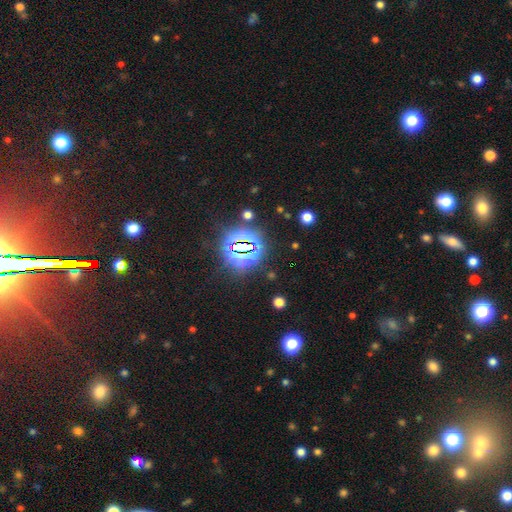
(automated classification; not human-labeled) smooth_or_featured: star or artifact (p=0.82) [alt: smooth p=0.11]